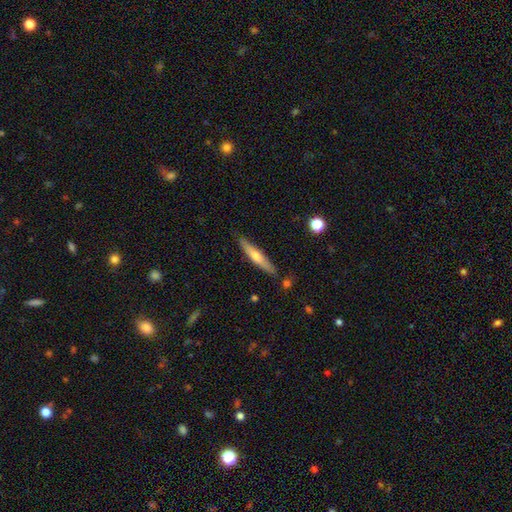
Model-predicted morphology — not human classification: This appears to be a featured or disk galaxy (49%). Merging: none (87%).